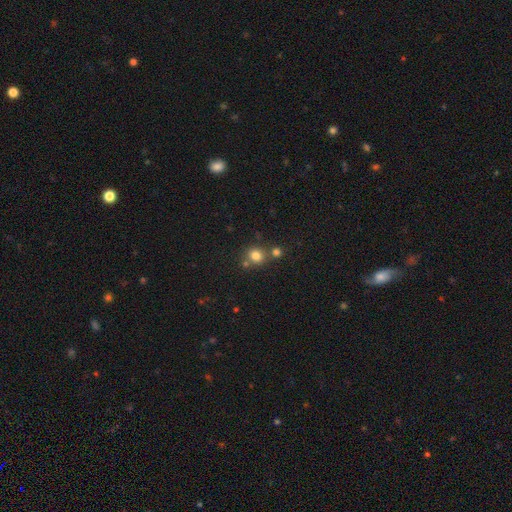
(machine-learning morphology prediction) This appears to be a smooth galaxy with no disk features (79%) that is round (83%). Merging: none (64%).